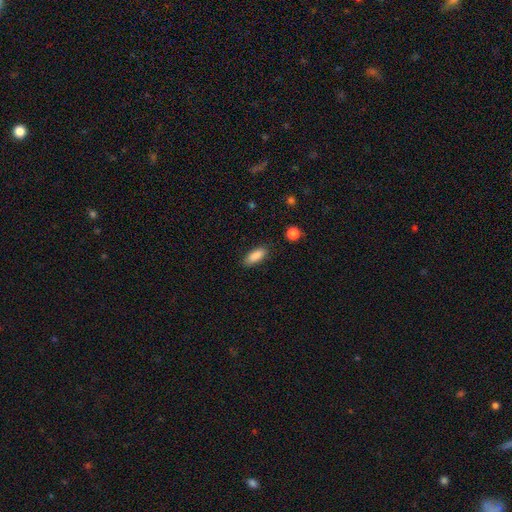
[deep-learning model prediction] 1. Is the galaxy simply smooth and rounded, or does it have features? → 88% smooth, 7% star or artifact, 5% featured or disk.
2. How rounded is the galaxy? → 75% in between, 22% cigar-shaped, 2% round.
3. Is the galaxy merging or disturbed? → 85% none, 11% minor disturbance, 3% major disturbance, 1% merger.